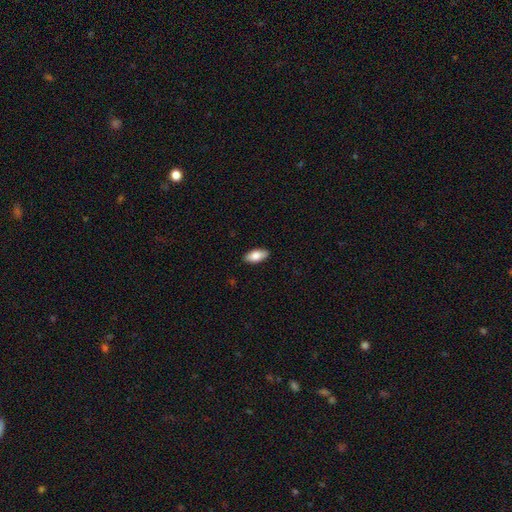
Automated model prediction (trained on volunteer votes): Smooth or featured: smooth — 81% (featured or disk — 13%)
How rounded: in between — 89% (cigar-shaped — 8%)
Merging: none — 89% (minor disturbance — 8%)